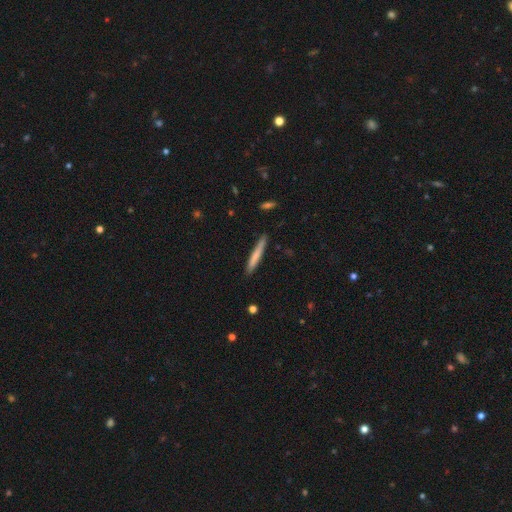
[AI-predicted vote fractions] Overall: smooth (71%). How rounded: cigar-shaped (96%). Merging: none (87%).